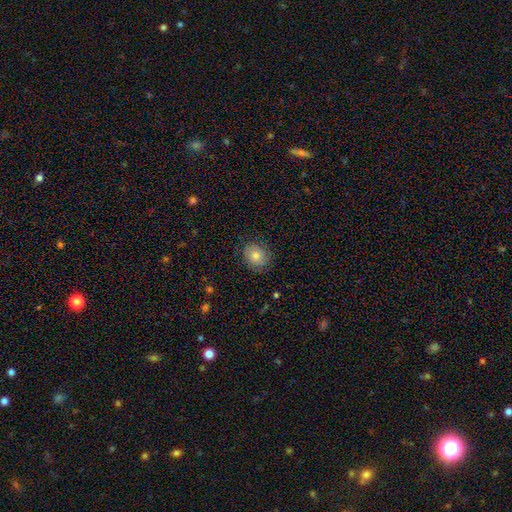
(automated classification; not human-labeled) Smooth or featured?
  - smooth: 57% *
  - featured or disk: 32%
  - star or artifact: 11%
How rounded?
  - round: 74% *
  - in between: 25%
  - cigar-shaped: 1%
Merging?
  - none: 81% *
  - minor disturbance: 13%
  - major disturbance: 4%
  - merger: 1%